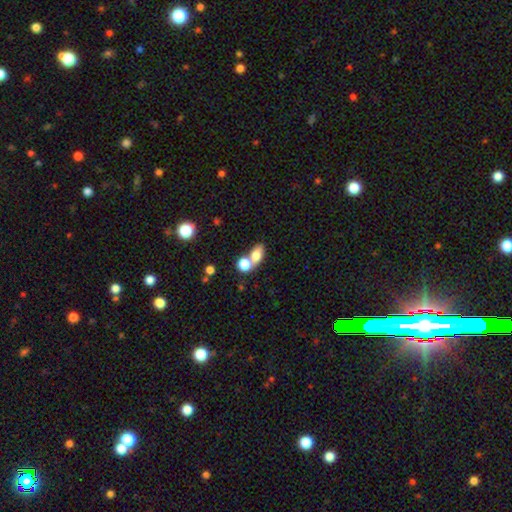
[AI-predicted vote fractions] This appears to be a smooth galaxy with no disk features (75%) that is in between round and cigar-shaped (75%). Merging: merger (47%).